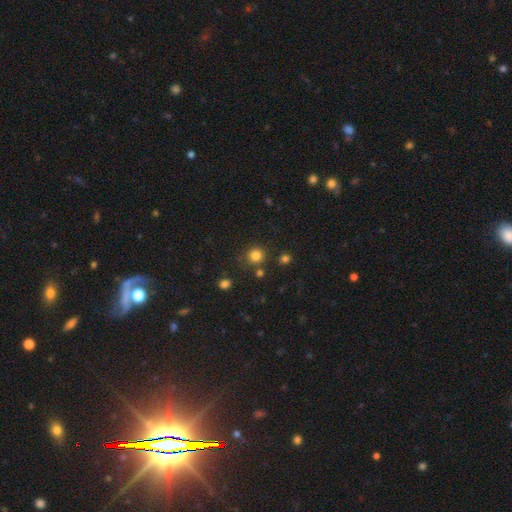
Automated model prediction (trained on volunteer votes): smooth-or-featured: smooth: 82% | star or artifact: 14% | featured or disk: 5%
  how-rounded: round: 91% | in between: 8% | cigar-shaped: 1%
  merging: none: 80% | minor disturbance: 9% | merger: 7% | major disturbance: 4%